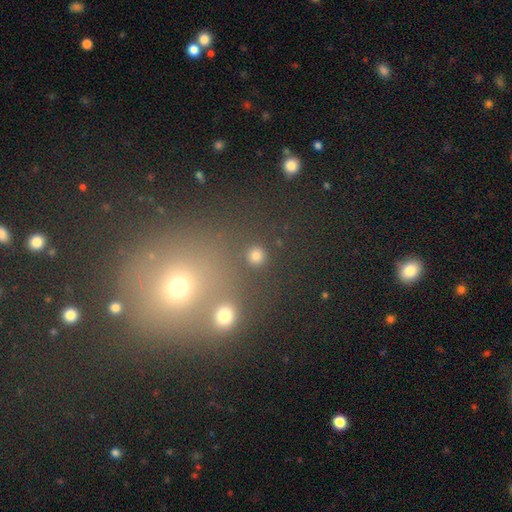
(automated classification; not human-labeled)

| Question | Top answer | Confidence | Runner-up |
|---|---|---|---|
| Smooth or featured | smooth | 74% | star or artifact (20%) |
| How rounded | round | 90% | in between (9%) |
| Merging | none | 80% | merger (10%) |